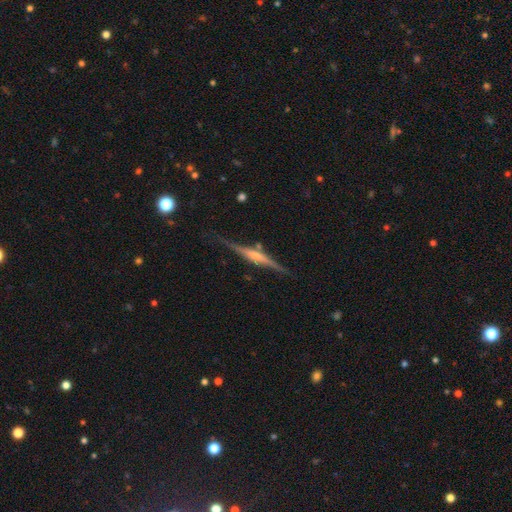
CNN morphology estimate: Smooth or featured? featured or disk (76%)
Edge-on disk? yes (97%)
Edge-on bulge? rounded (59%)
Merging? none (79%)